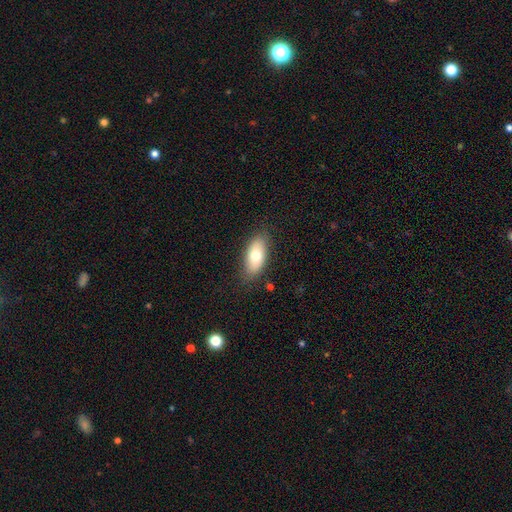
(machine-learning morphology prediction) Smooth or featured? Predicted: smooth (p=0.72). How rounded? Predicted: in between (p=0.89). Merging? Predicted: none (p=0.83).